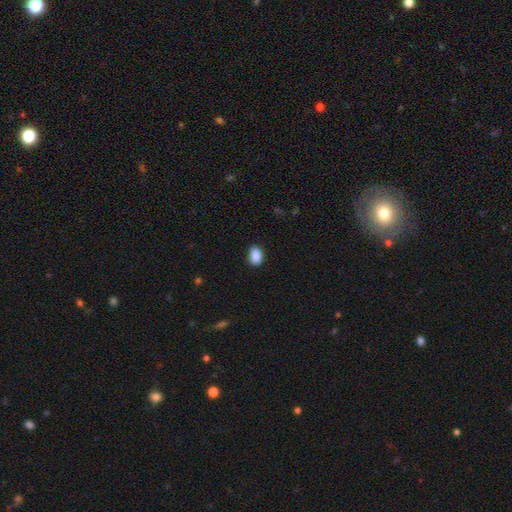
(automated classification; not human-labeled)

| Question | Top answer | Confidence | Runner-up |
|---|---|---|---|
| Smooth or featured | smooth | 87% | star or artifact (8%) |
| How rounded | in between | 80% | round (19%) |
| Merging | none | 86% | minor disturbance (11%) |